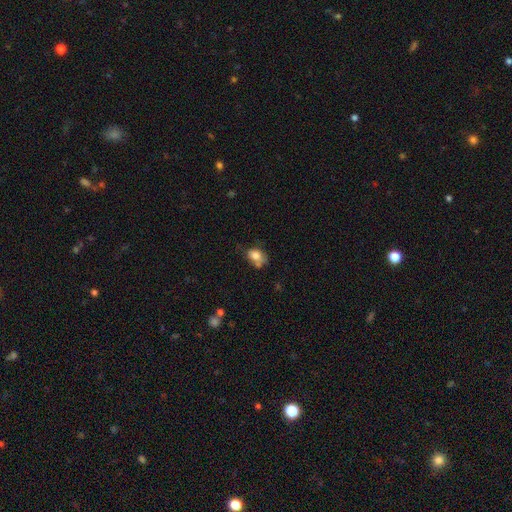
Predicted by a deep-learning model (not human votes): Smooth or featured? Predicted: smooth (p=0.77). How rounded? Predicted: in between (p=0.64). Merging? Predicted: none (p=0.44).